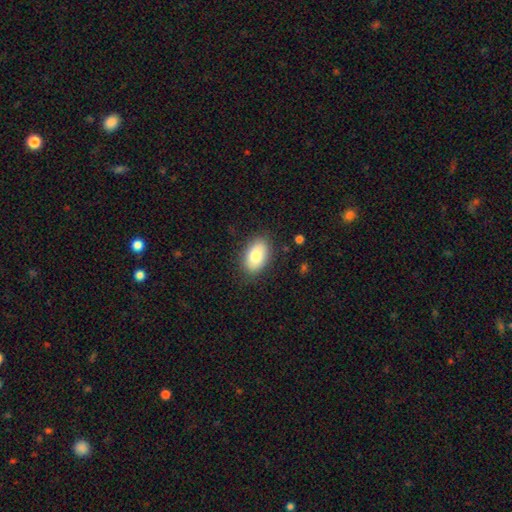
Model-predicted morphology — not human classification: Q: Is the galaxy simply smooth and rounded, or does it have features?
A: smooth — 81%.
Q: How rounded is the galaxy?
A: in between — 92%.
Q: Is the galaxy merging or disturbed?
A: none — 85%.